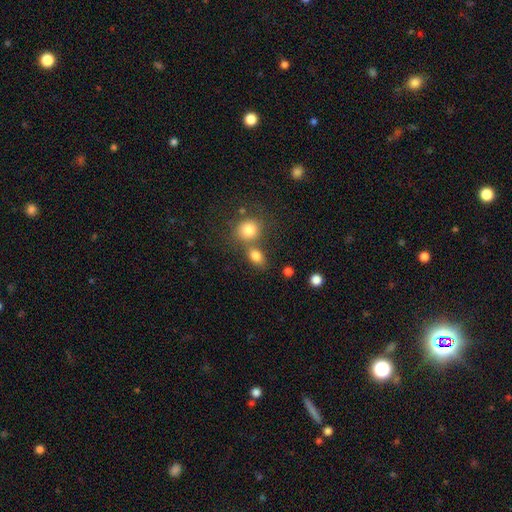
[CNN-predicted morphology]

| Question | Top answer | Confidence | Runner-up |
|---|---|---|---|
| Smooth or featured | smooth | 82% | star or artifact (11%) |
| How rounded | in between | 66% | round (32%) |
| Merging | none | 49% | merger (35%) |